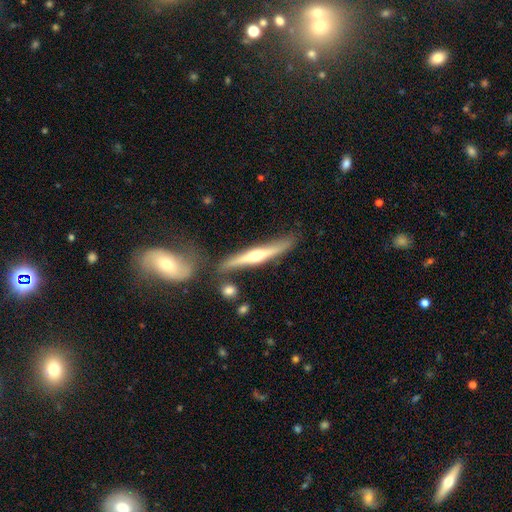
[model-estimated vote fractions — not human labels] A featured or disk galaxy (72%) viewed edge-on (95%) with a rounded central bulge (91%).

Vote fractions:
- Smooth or featured? featured or disk: 72% / smooth: 22% / star or artifact: 5%
- Edge-on disk? yes: 95% / no: 5%
- Edge-on bulge? rounded: 91% / none: 6% / boxy: 3%
- Merging? none: 73% / minor disturbance: 14% / merger: 9% / major disturbance: 4%